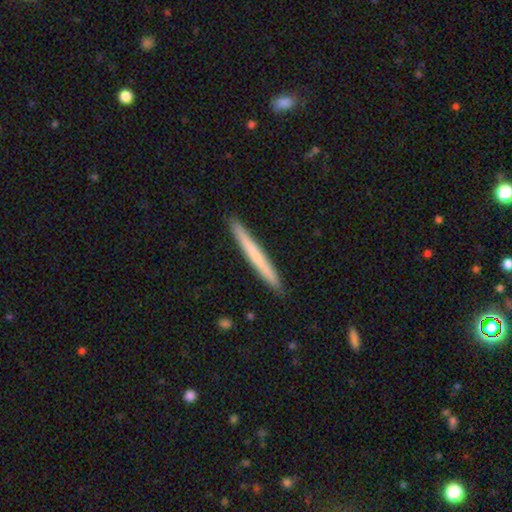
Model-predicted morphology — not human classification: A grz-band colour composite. It shows a smooth galaxy with no disk features (62%) that is cigar-shaped (97%). Merging: none (92%).